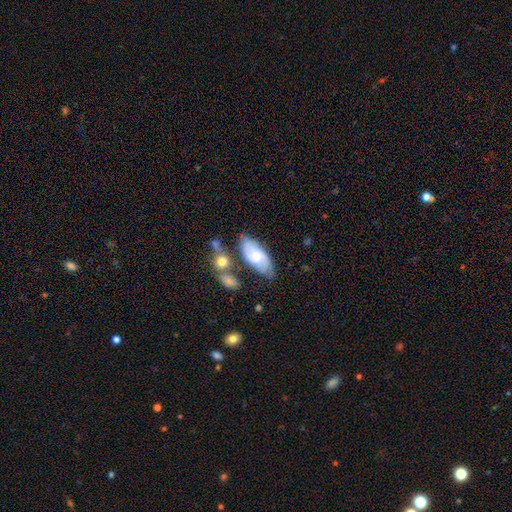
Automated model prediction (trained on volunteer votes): A smooth galaxy with no disk features (51%) that is in between round and cigar-shaped (86%). Merging: none (61%).